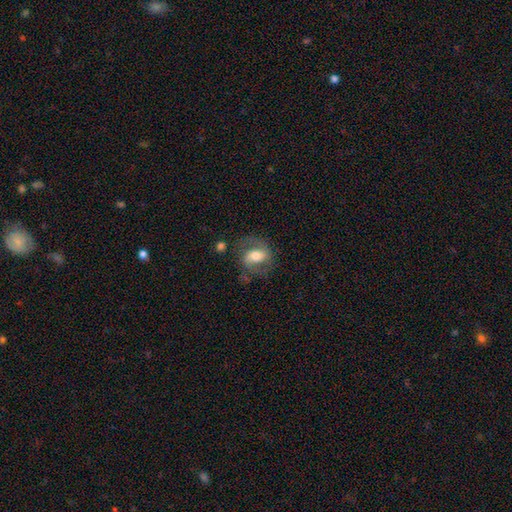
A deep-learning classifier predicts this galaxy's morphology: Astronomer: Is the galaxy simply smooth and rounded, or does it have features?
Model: featured or disk — 59% (runner-up: smooth, 34%).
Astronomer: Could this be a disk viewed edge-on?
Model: no — 95%.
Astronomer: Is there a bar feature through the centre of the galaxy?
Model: weak — 40% (runner-up: strong, 33%).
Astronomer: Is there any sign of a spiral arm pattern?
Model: yes — 81%.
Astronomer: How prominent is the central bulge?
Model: moderate — 63%.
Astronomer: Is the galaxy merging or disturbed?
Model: none — 64%.